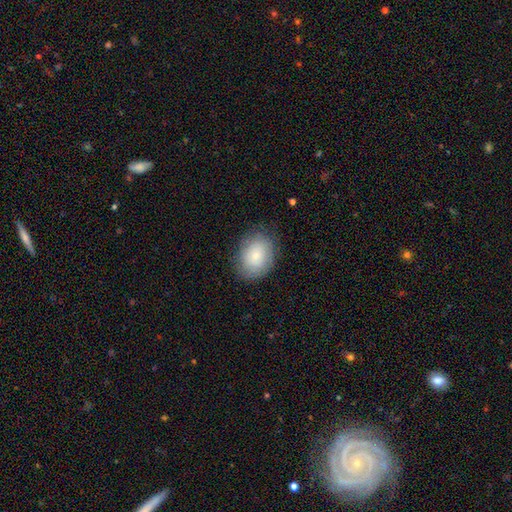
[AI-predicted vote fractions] This is likely a smooth galaxy (79%). How rounded: likely in between (65%). Merging: clearly none (80%).